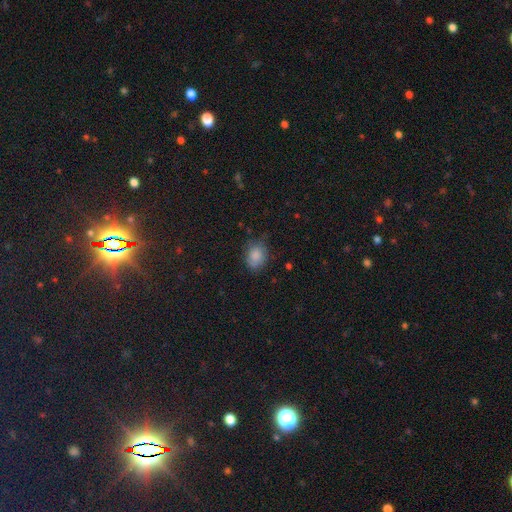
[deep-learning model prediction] Smooth or featured? Predicted: smooth (p=0.85). How rounded? Predicted: in between (p=0.63). Merging? Predicted: none (p=0.70).